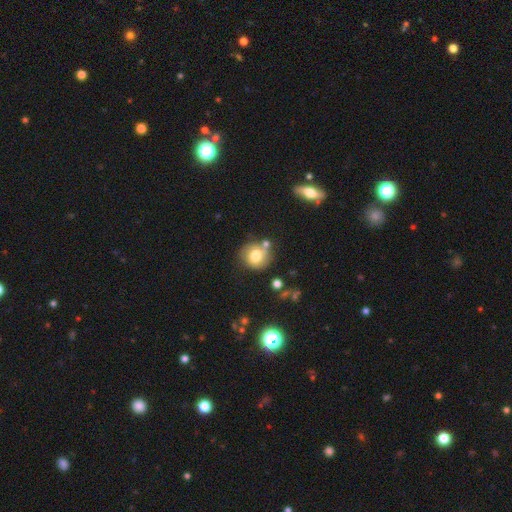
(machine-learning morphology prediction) Smooth or featured: smooth — 74% (featured or disk — 16%)
How rounded: round — 87% (in between — 12%)
Merging: none — 67% (minor disturbance — 15%)